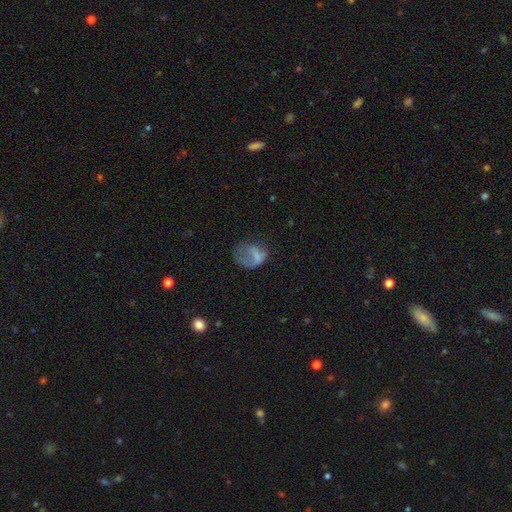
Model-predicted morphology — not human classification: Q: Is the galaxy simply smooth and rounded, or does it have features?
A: smooth — 60%.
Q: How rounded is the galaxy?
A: in between — 57%.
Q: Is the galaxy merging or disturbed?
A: major disturbance — 47%.